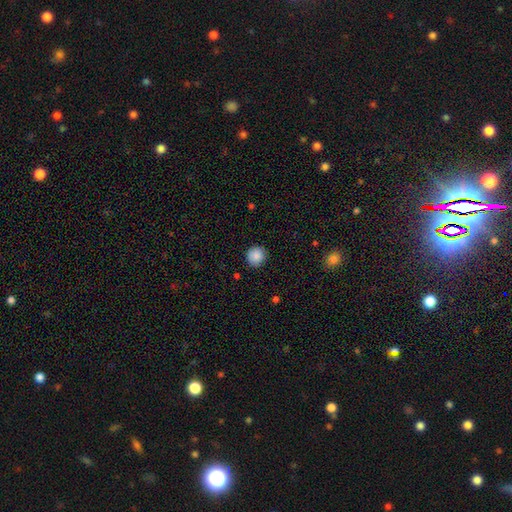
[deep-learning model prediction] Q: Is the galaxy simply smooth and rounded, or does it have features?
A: smooth — 86%.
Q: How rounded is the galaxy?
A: round — 92%.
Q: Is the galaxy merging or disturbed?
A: none — 88%.